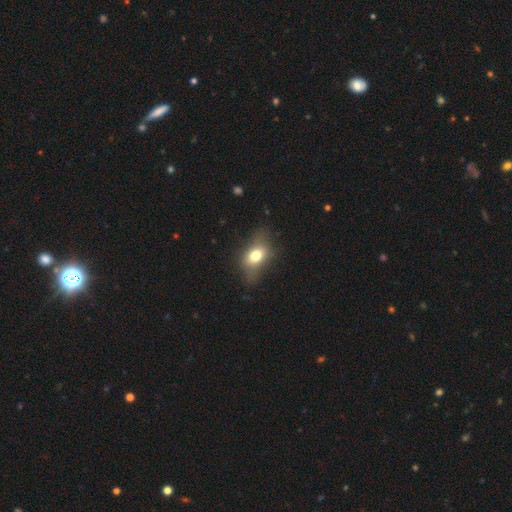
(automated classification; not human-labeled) Overall: smooth (70%). How rounded: in between (78%). Merging: none (58%; minor disturbance 26%).